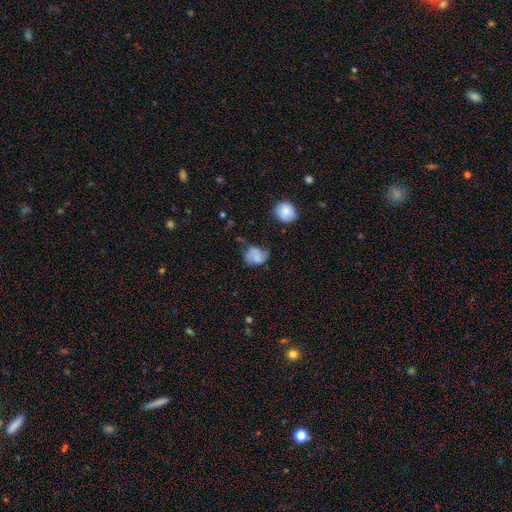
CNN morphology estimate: Smooth or featured? Predicted: smooth (p=0.64). How rounded? Predicted: round (p=0.50). Merging? Predicted: none (p=0.46).